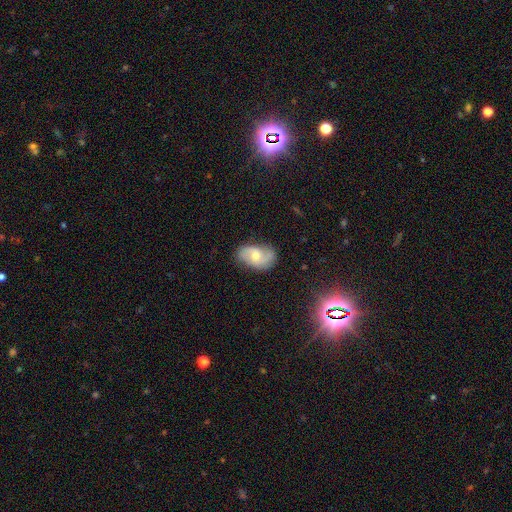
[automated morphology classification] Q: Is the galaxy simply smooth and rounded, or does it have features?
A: featured or disk — 66%.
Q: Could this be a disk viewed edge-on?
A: no — 96%.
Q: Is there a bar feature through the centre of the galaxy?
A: no — 55%.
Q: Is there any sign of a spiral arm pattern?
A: yes — 89%.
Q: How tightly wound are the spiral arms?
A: medium — 43%.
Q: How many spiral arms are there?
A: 2 — 84%.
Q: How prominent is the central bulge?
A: moderate — 61%.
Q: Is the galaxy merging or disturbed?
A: none — 71%.